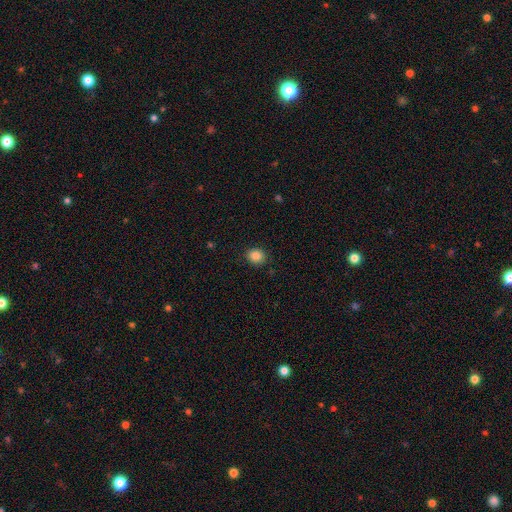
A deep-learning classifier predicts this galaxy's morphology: A smooth galaxy with no disk features (85%) that is round (73%). Merging: none (90%).